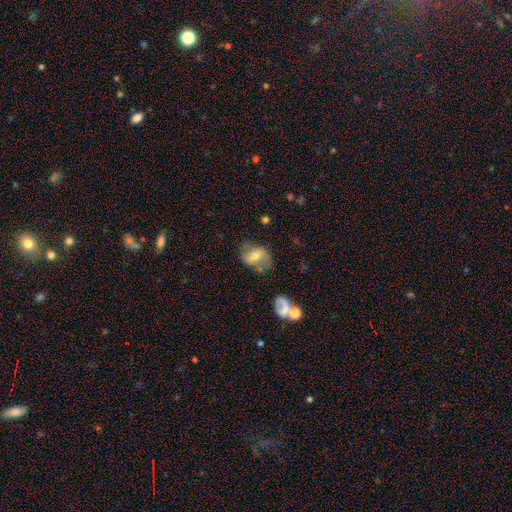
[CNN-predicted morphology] A featured or disk galaxy (46%). Merging: none (62%).